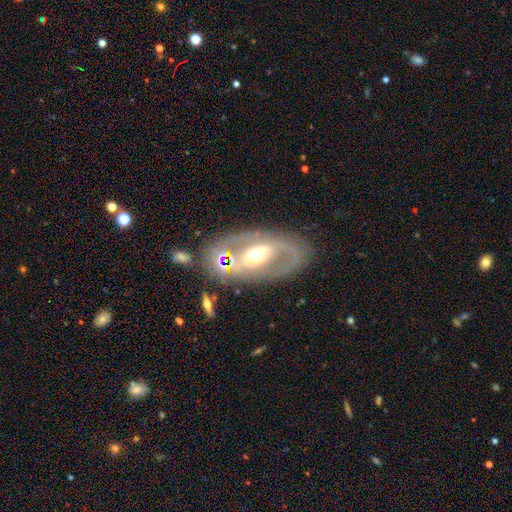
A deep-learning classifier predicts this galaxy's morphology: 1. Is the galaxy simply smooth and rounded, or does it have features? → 70% featured or disk, 22% smooth, 8% star or artifact.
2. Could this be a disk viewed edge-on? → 89% no, 11% yes.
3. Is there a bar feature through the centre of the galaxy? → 46% no, 30% weak, 24% strong.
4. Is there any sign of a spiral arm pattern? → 60% no, 40% yes.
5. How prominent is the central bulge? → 70% moderate, 14% large, 12% small, 2% dominant, 1% none.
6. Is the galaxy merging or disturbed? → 69% none, 15% minor disturbance, 9% major disturbance, 7% merger.